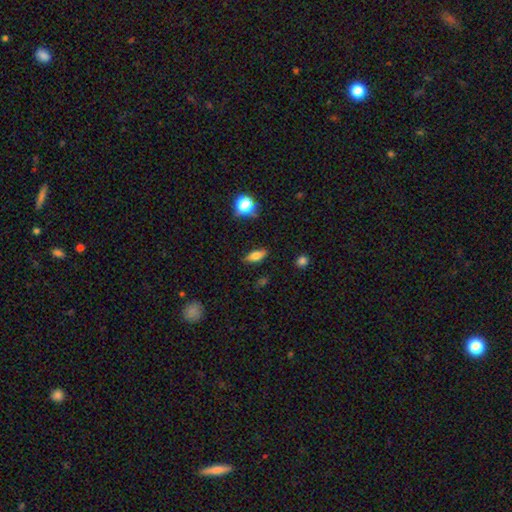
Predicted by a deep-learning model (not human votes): smooth 73%, featured or disk 17%, star or artifact 11%. Down the decision tree: how rounded — in between (75%); merging — none (84%).